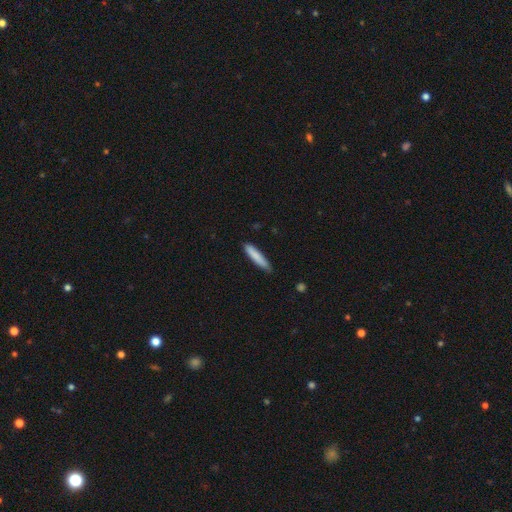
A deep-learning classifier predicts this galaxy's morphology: Smooth or featured? smooth (83%)
How rounded? cigar-shaped (88%)
Merging? none (82%)